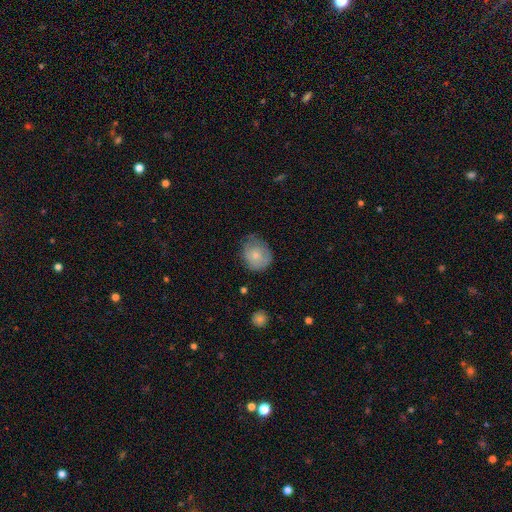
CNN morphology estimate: Smooth or featured?
  - smooth: 75% *
  - featured or disk: 18%
  - star or artifact: 7%
How rounded?
  - round: 66% *
  - in between: 33%
  - cigar-shaped: 1%
Merging?
  - none: 56% *
  - minor disturbance: 33%
  - major disturbance: 10%
  - merger: 2%